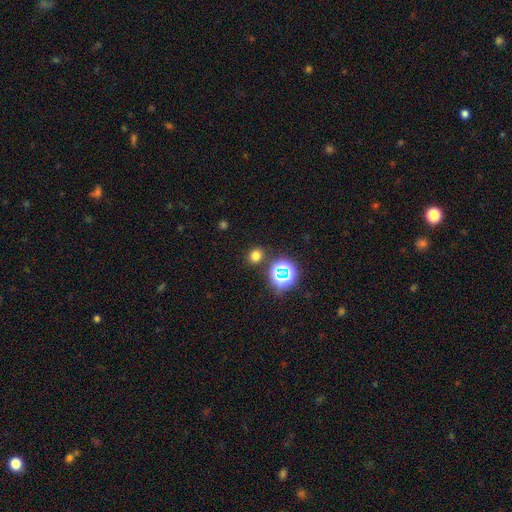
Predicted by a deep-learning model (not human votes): This is likely a smooth galaxy (70%). How rounded: likely round (71%). Merging: clearly none (85%).